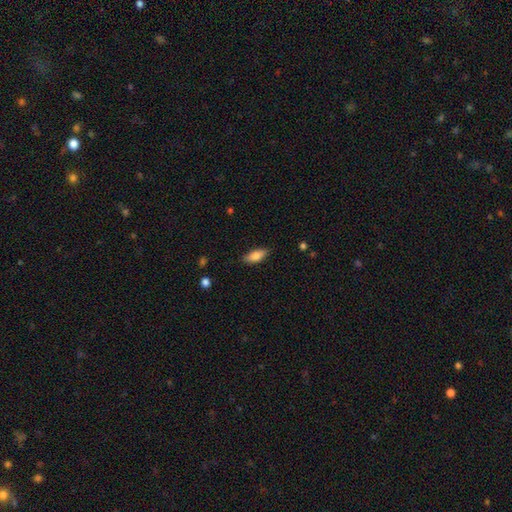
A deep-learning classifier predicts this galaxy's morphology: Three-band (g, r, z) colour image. It shows a smooth galaxy with no disk features (78%) that is in between round and cigar-shaped (79%). Merging: none (83%).